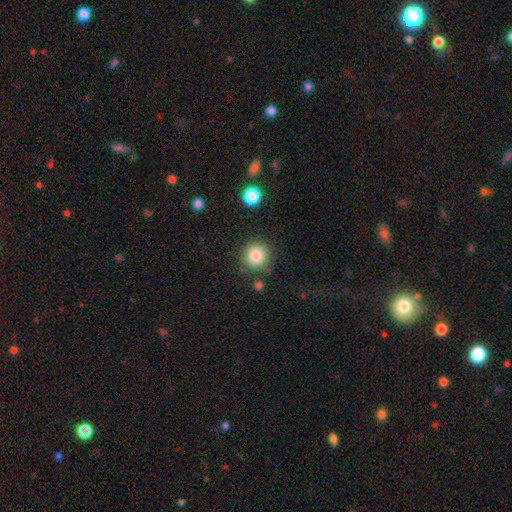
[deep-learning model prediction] Morphology: type=smooth (84%); roundness=round (92%); merging=none (80%).